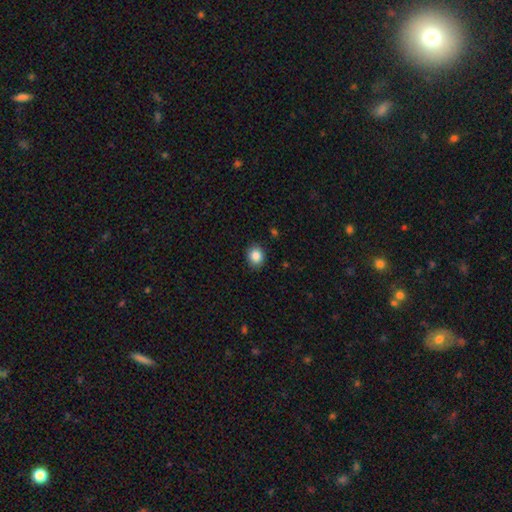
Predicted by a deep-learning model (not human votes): Smooth or featured: smooth — 87% (star or artifact — 9%)
How rounded: round — 67% (in between — 33%)
Merging: none — 88% (minor disturbance — 8%)